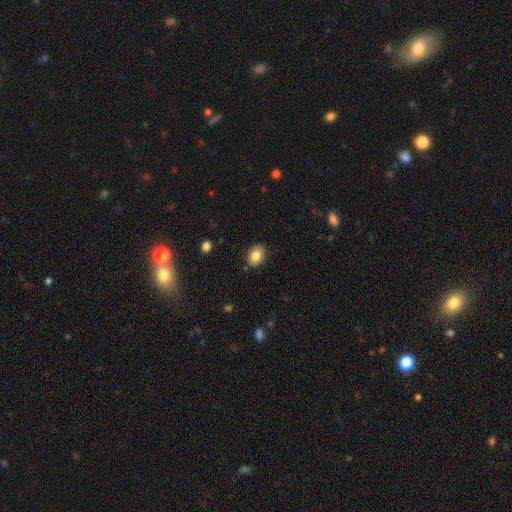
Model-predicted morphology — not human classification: Smooth or featured? Predicted: smooth (p=0.83). How rounded? Predicted: in between (p=0.71). Merging? Predicted: none (p=0.85).